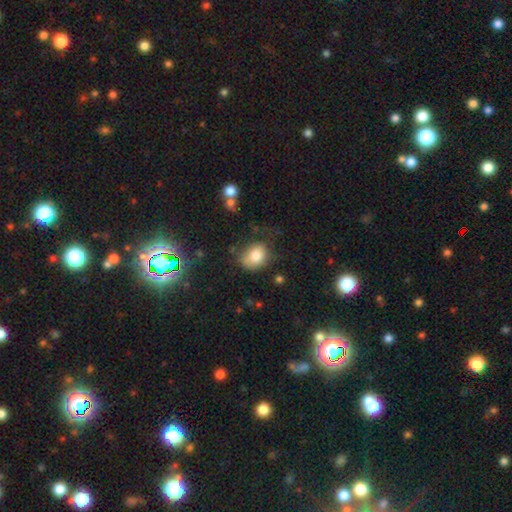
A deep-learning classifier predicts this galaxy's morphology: The model was most divided on "how rounded": in between: 51%, round: 48%, cigar-shaped: 1%. More confident: smooth or featured — smooth (80%); merging — none (59%).